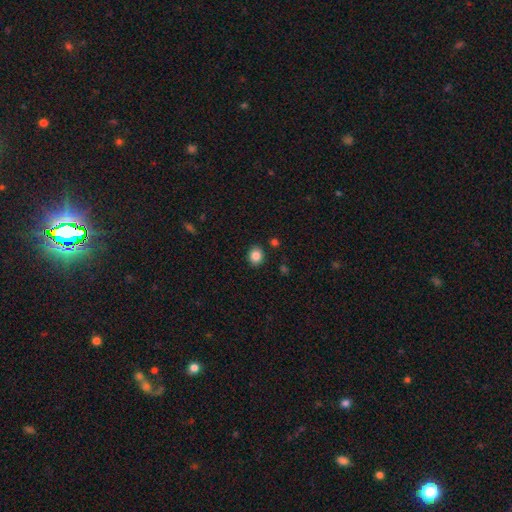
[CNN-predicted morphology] Overall: smooth (85%). How rounded: round (71%). Merging: none (89%).